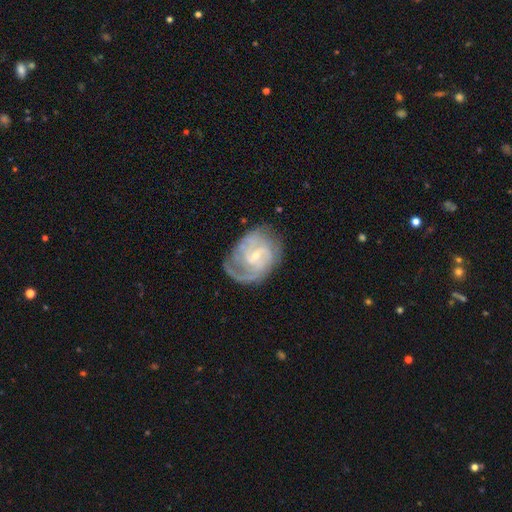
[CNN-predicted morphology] Smooth or featured? featured or disk (86%)
Edge-on disk? no (98%)
Bar? weak (50%)
Spiral arms? yes (94%)
Spiral winding? tight (47%)
Spiral arm count? 2 (40%)
Bulge size? small (69%)
Merging? none (57%)